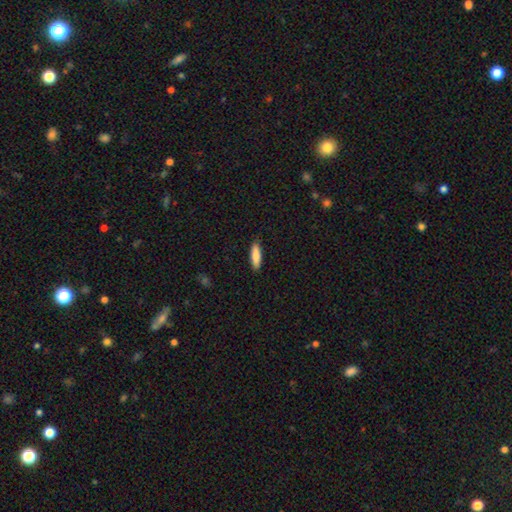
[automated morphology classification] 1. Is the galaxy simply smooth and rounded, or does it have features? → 83% smooth, 12% featured or disk, 6% star or artifact.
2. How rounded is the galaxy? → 64% cigar-shaped, 35% in between, 2% round.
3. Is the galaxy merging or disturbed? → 88% none, 9% minor disturbance, 2% major disturbance, 1% merger.